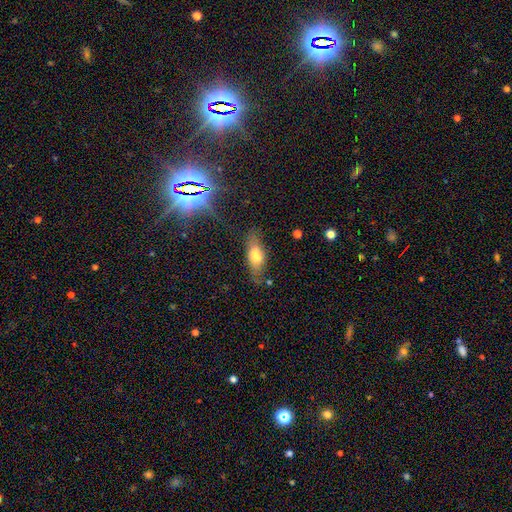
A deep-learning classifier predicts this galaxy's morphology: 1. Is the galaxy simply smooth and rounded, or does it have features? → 67% smooth, 24% featured or disk, 9% star or artifact.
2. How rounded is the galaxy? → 66% in between, 31% cigar-shaped, 3% round.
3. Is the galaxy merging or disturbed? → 70% none, 21% minor disturbance, 6% major disturbance, 4% merger.